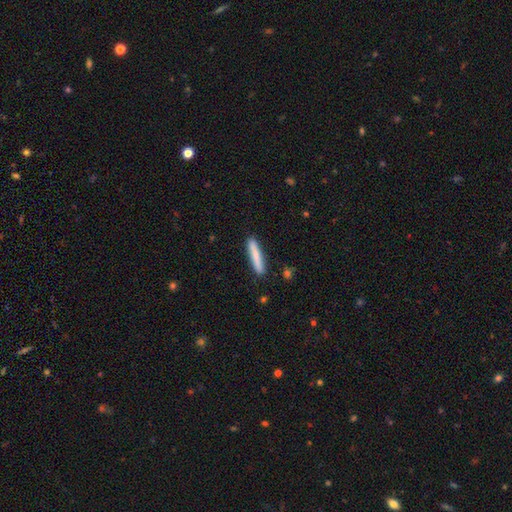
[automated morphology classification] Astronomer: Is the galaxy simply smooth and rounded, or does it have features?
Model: smooth — 78%.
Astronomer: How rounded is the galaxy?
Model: cigar-shaped — 93%.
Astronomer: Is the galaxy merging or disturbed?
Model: none — 90%.